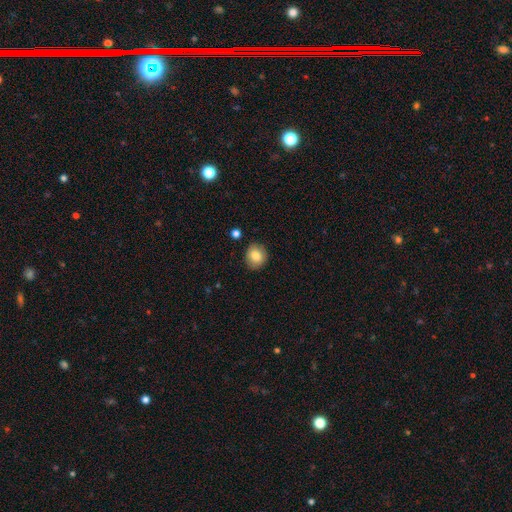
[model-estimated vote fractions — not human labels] smooth 83%, featured or disk 9%, star or artifact 9%. Down the decision tree: how rounded — round (76%); merging — none (87%).